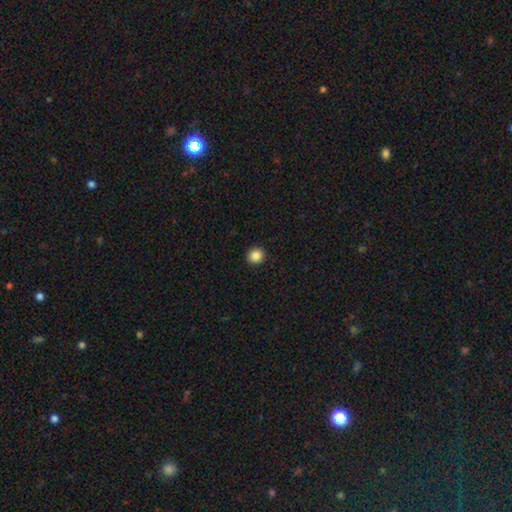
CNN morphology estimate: A smooth galaxy with no disk features (87%) that is round (90%).

Vote fractions:
- Smooth or featured? smooth: 87% / star or artifact: 10% / featured or disk: 3%
- How rounded? round: 90% / in between: 9% / cigar-shaped: 1%
- Merging? none: 93% / minor disturbance: 4% / major disturbance: 2% / merger: 1%